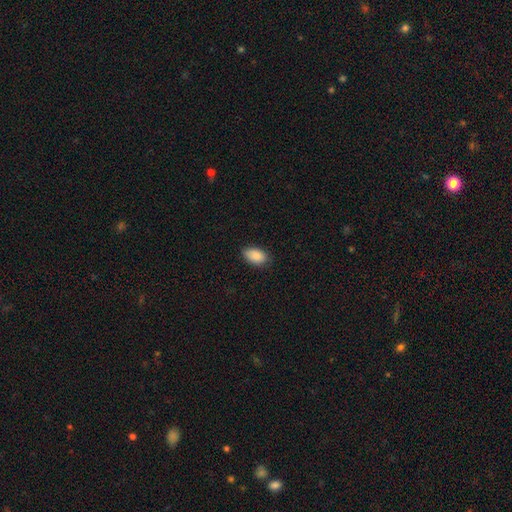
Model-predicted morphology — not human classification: Overall: smooth (89%). How rounded: in between (93%). Merging: none (83%).